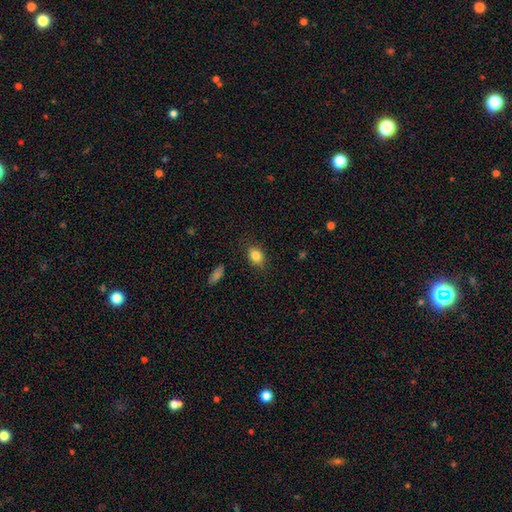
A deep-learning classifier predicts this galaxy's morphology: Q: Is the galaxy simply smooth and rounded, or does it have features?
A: smooth — 84%.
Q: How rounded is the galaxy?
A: in between — 70%.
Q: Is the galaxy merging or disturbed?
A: none — 82%.